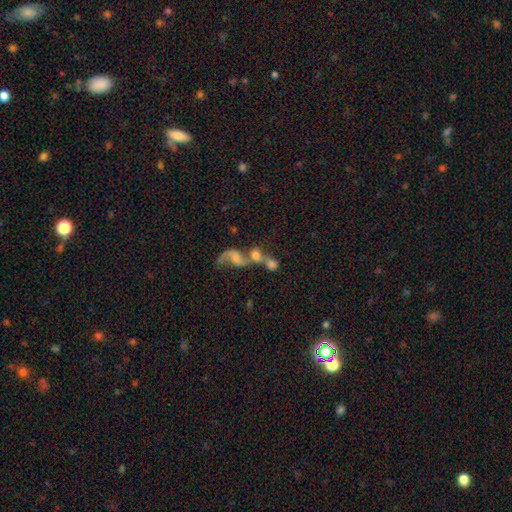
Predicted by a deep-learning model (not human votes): The model was most divided on "bulge size": none: 32%, small: 29%, moderate: 26%, large: 10%, dominant: 3%. More confident: edge-on disk — no (95%); spiral arms — yes (68%); merging — merger (66%); bar — no (64%); smooth or featured — featured or disk (54%).